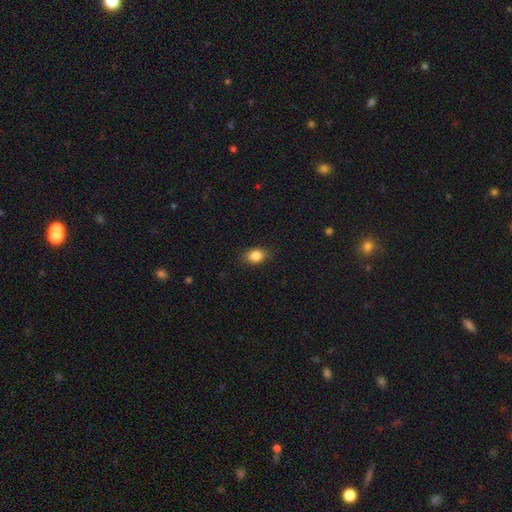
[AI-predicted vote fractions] smooth_or_featured: smooth (p=0.84) [alt: star or artifact p=0.09]
how_rounded: in between (p=0.75) [alt: round p=0.23]
merging: none (p=0.86) [alt: minor disturbance p=0.11]